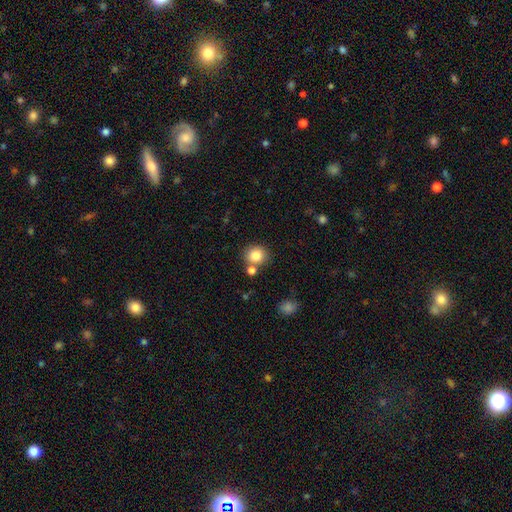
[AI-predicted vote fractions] This appears to be a smooth galaxy with no disk features (83%) that is round (82%). Merging: none (70%).